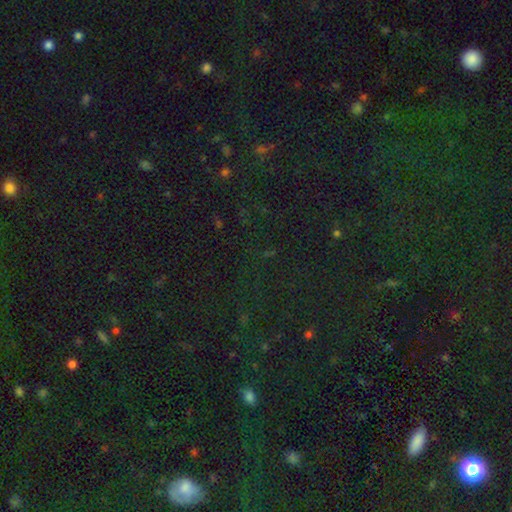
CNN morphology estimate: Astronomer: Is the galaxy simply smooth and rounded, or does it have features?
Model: star or artifact — 78%.